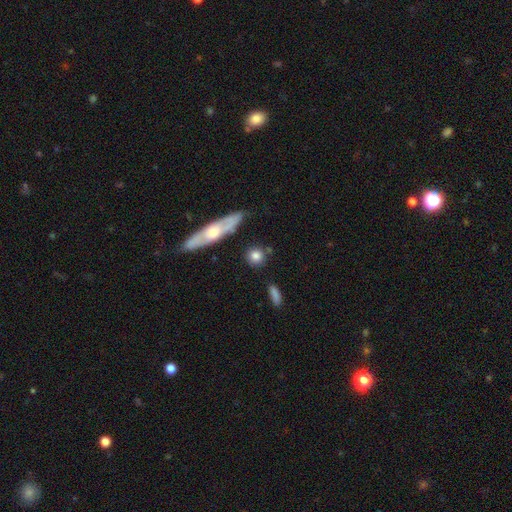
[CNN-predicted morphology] A smooth galaxy with no disk features (78%) that is round (79%). Merging: none (79%).